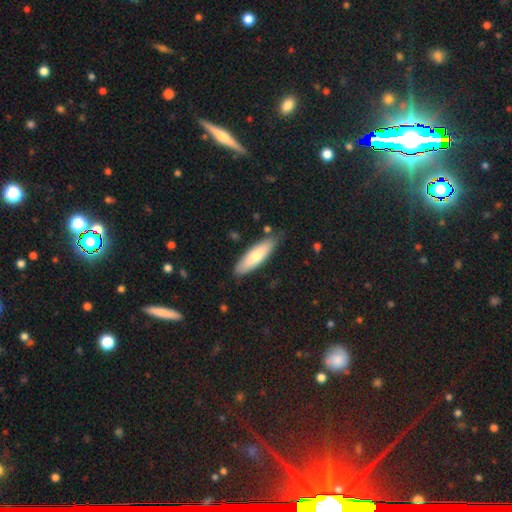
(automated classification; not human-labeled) This appears to be a smooth galaxy with no disk features (72%) that is cigar-shaped (57%). Merging: none (81%).